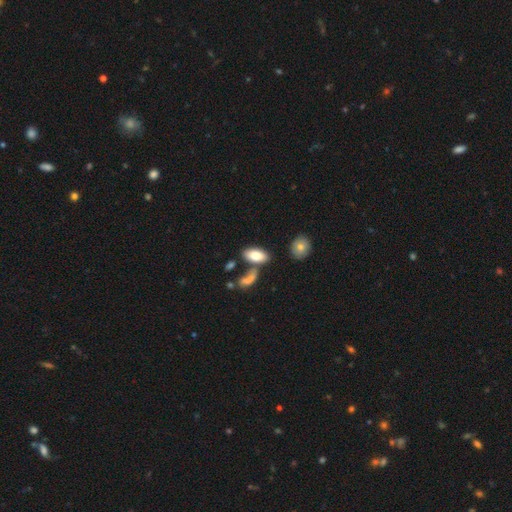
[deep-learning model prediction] Smooth or featured?
  - smooth: 78% *
  - featured or disk: 15%
  - star or artifact: 7%
How rounded?
  - in between: 92% *
  - cigar-shaped: 5%
  - round: 3%
Merging?
  - none: 58% *
  - merger: 22%
  - minor disturbance: 14%
  - major disturbance: 6%